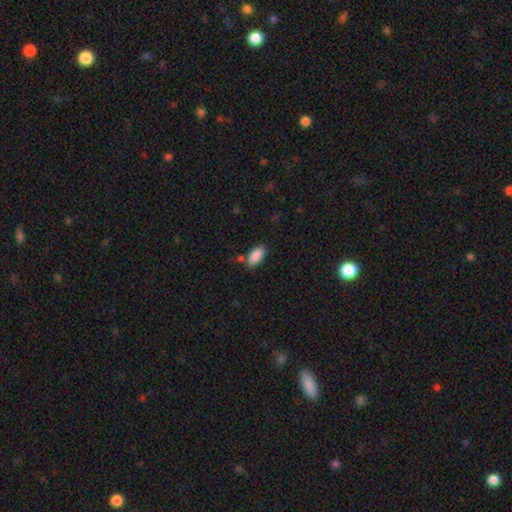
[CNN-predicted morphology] smooth-or-featured: smooth: 89% | star or artifact: 7% | featured or disk: 4%
  how-rounded: in between: 92% | cigar-shaped: 5% | round: 2%
  merging: none: 77% | minor disturbance: 14% | merger: 6% | major disturbance: 3%